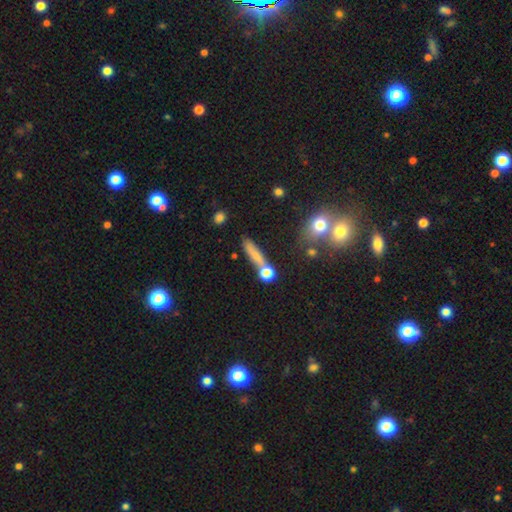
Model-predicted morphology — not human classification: type=smooth (66%); roundness=cigar-shaped (72%); merging=none (59%).